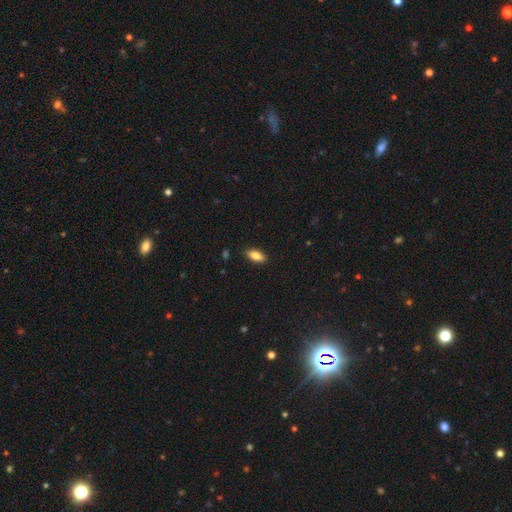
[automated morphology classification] Smooth or featured? smooth (82%)
How rounded? in between (86%)
Merging? none (88%)